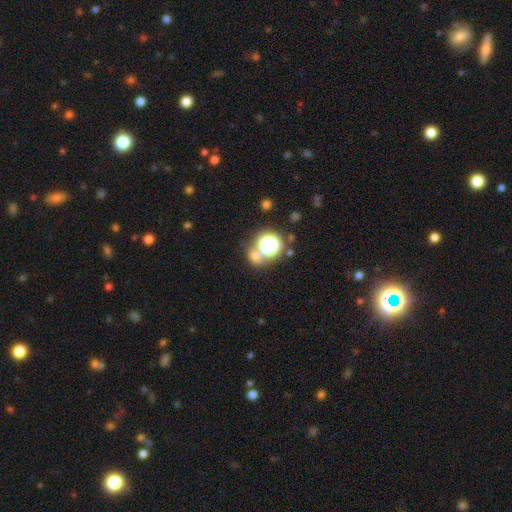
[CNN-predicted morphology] A smooth galaxy with no disk features (58%) that is round (78%).

Vote fractions:
- Smooth or featured? smooth: 58% / star or artifact: 33% / featured or disk: 9%
- How rounded? round: 78% / in between: 21% / cigar-shaped: 1%
- Merging? none: 58% / merger: 29% / minor disturbance: 8% / major disturbance: 5%